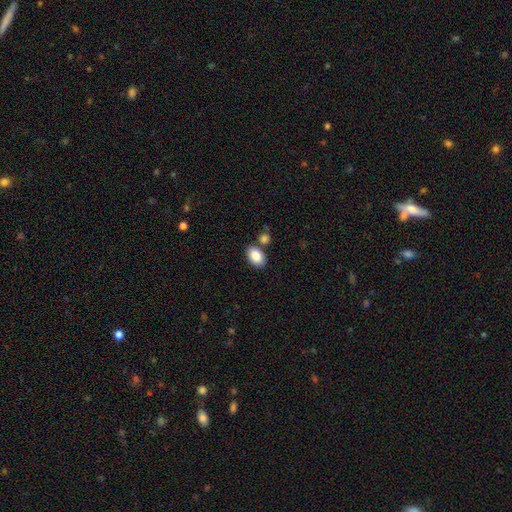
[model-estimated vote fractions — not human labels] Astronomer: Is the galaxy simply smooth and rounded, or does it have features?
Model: smooth — 87%.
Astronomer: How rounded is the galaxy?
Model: in between — 87%.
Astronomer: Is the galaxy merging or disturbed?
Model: none — 76%.